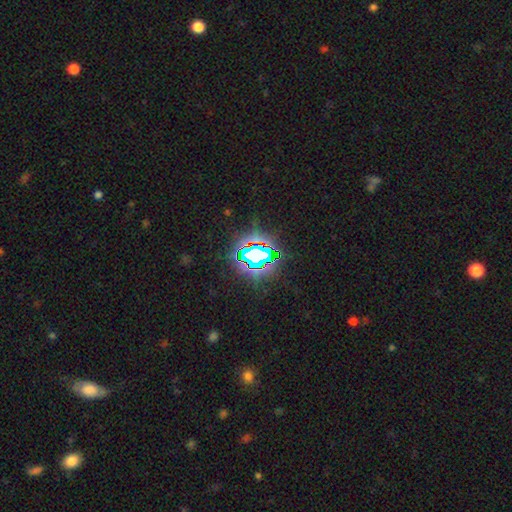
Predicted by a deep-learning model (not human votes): smooth_or_featured: star or artifact (p=0.75) [alt: smooth p=0.14]